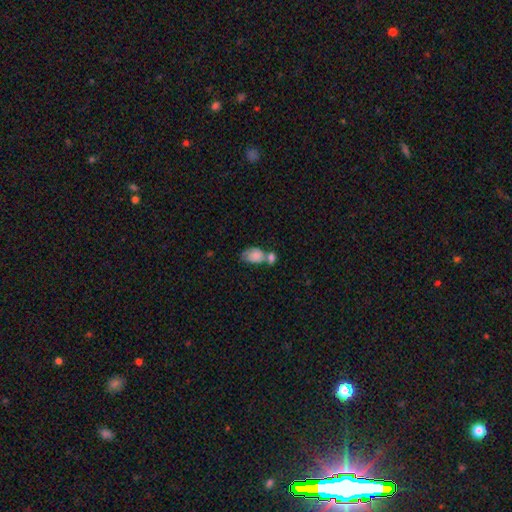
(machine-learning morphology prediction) type=smooth (79%); roundness=in between (80%); merging=merger (55%).